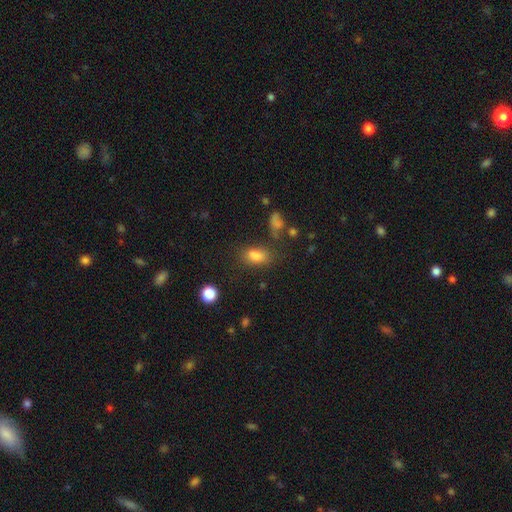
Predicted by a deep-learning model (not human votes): smooth-or-featured: smooth: 79% | star or artifact: 13% | featured or disk: 9%
  how-rounded: in between: 83% | round: 11% | cigar-shaped: 6%
  merging: none: 61% | minor disturbance: 18% | merger: 13% | major disturbance: 8%